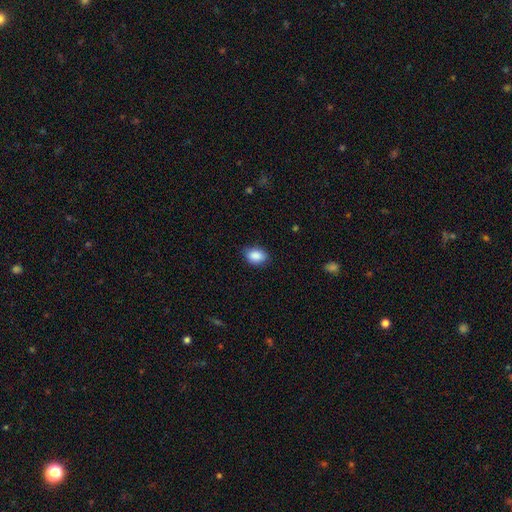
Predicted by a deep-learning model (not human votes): Smooth or featured? smooth (89%)
How rounded? in between (78%)
Merging? none (80%)